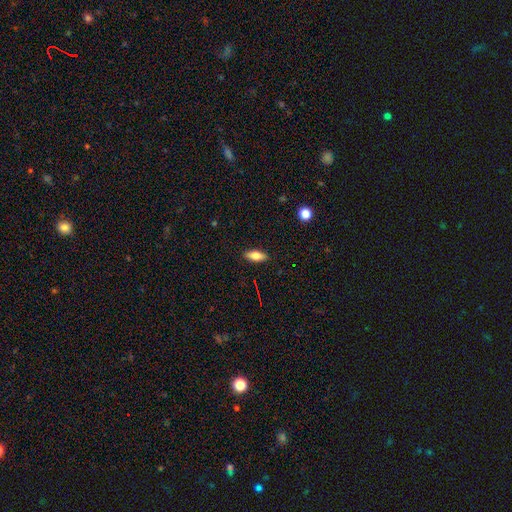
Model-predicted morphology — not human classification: Q: Smooth or featured?
A: smooth (69%); runner-up: featured or disk (23%)
Q: How rounded?
A: in between (74%); runner-up: cigar-shaped (23%)
Q: Merging?
A: none (89%); runner-up: minor disturbance (8%)